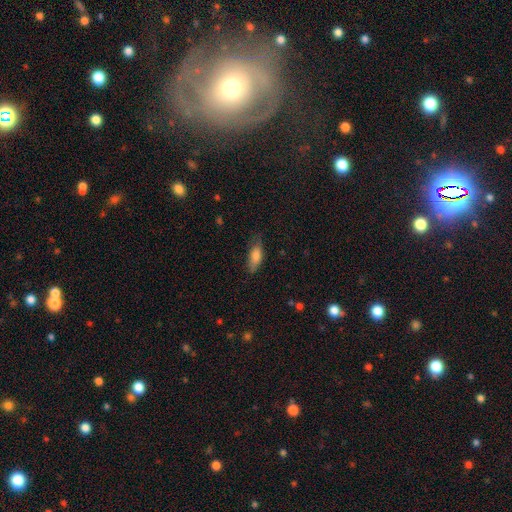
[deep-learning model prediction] The model was most divided on "how rounded": in between: 66%, cigar-shaped: 31%, round: 2%. More confident: smooth or featured — smooth (76%); merging — none (70%).